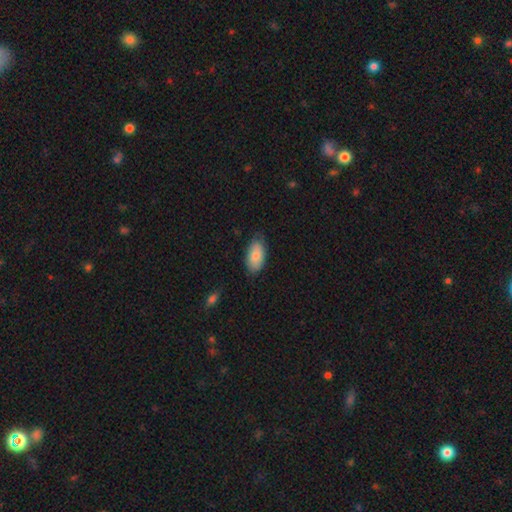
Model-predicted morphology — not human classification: Smooth or featured? Predicted: smooth (p=0.83). How rounded? Predicted: in between (p=0.94). Merging? Predicted: none (p=0.73).